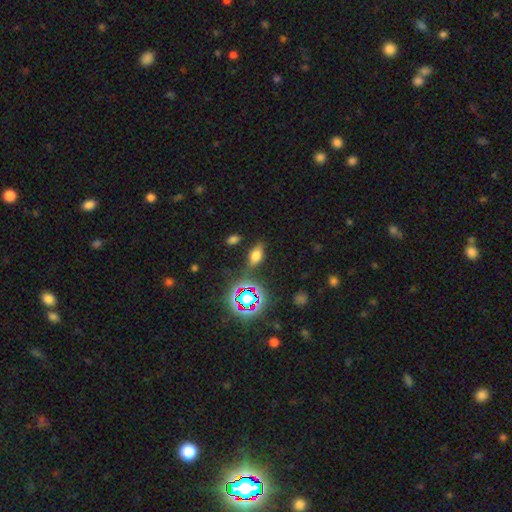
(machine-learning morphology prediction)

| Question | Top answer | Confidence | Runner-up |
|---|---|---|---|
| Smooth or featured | smooth | 60% | star or artifact (24%) |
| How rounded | in between | 82% | cigar-shaped (10%) |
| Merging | none | 77% | minor disturbance (14%) |